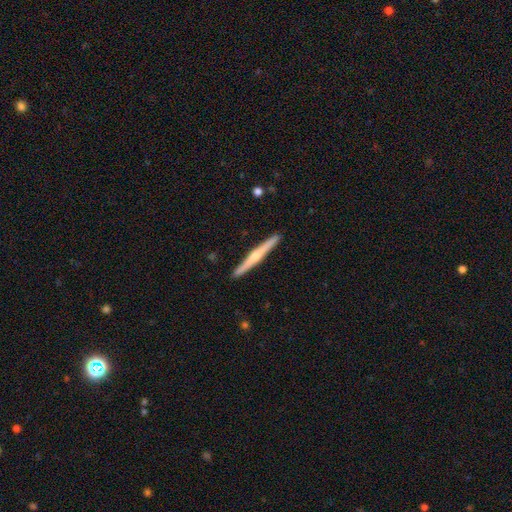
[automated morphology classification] type=featured or disk (63%); edge-on=yes (98%); edge-on bulge=rounded (73%); merging=none (92%).